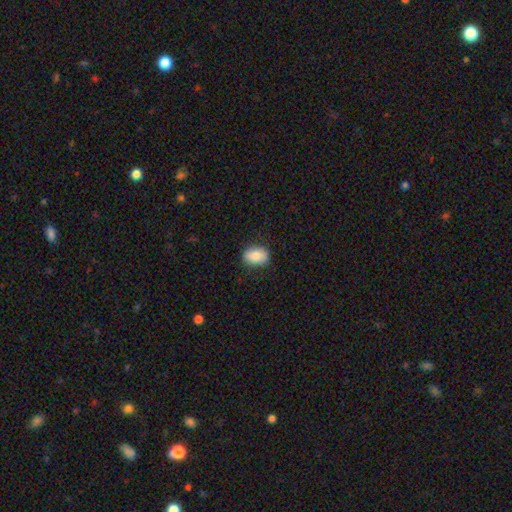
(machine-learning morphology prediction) Q: Smooth or featured?
A: smooth (82%); runner-up: featured or disk (11%)
Q: How rounded?
A: in between (76%); runner-up: round (23%)
Q: Merging?
A: none (84%); runner-up: minor disturbance (12%)